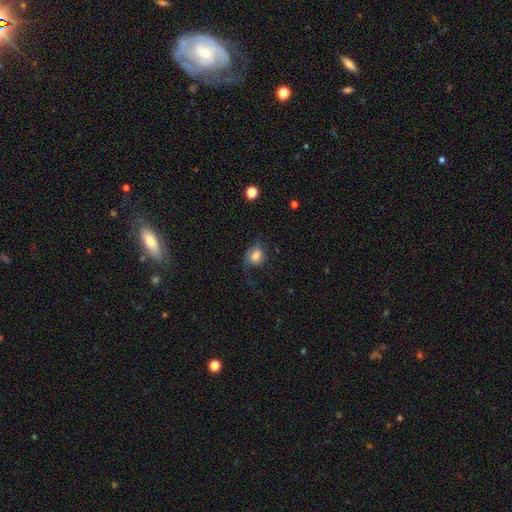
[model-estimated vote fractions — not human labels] smooth 74%, featured or disk 17%, star or artifact 9%. Down the decision tree: how rounded — in between (52%); merging — none (44%).